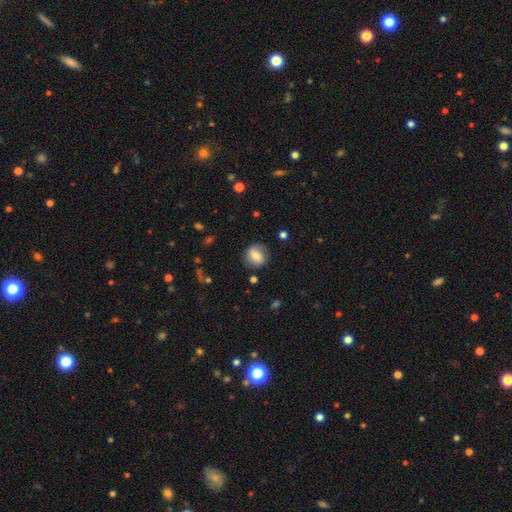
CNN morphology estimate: A smooth galaxy with no disk features (71%) that is round (82%).

Vote fractions:
- Smooth or featured? smooth: 71% / featured or disk: 20% / star or artifact: 9%
- How rounded? round: 82% / in between: 17% / cigar-shaped: 1%
- Merging? none: 84% / minor disturbance: 11% / major disturbance: 3% / merger: 2%